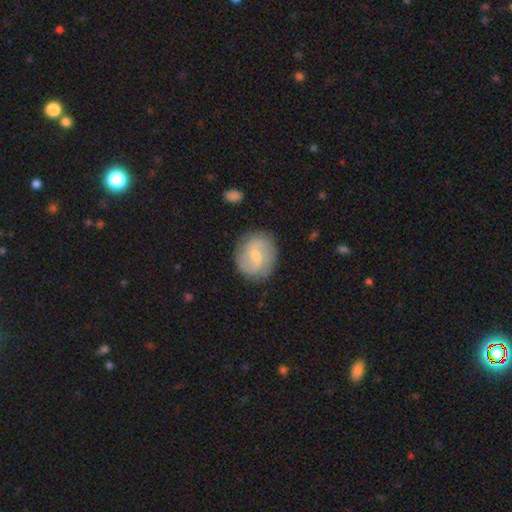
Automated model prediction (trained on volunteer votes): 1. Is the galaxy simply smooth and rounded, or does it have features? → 67% featured or disk, 27% smooth, 6% star or artifact.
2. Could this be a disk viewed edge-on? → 97% no, 3% yes.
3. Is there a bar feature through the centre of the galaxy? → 58% weak, 29% no, 13% strong.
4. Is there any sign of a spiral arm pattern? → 90% yes, 10% no.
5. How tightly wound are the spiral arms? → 44% medium, 33% loose, 23% tight.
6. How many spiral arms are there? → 76% 2, 12% can't tell, 5% 3, 3% 1, 2% 4, 2% more than 4.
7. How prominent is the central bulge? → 56% small, 39% moderate, 2% none, 2% large, 1% dominant.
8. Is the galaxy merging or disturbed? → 82% none, 13% minor disturbance, 4% major disturbance, 1% merger.